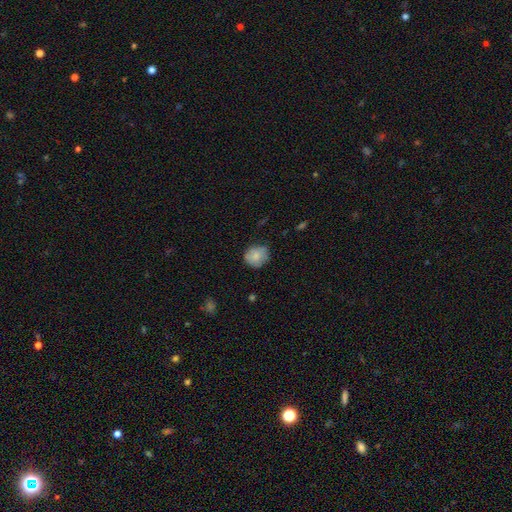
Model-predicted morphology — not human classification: smooth_or_featured: smooth (p=0.79) [alt: featured or disk p=0.13]
how_rounded: round (p=0.78) [alt: in between p=0.21]
merging: none (p=0.73) [alt: minor disturbance p=0.22]